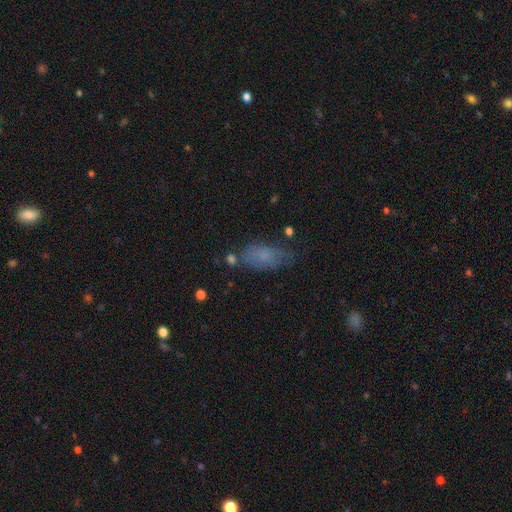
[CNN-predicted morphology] Smooth or featured?
  - smooth: 49% *
  - star or artifact: 28%
  - featured or disk: 23%
Merging?
  - none: 69% *
  - minor disturbance: 17%
  - major disturbance: 8%
  - merger: 7%